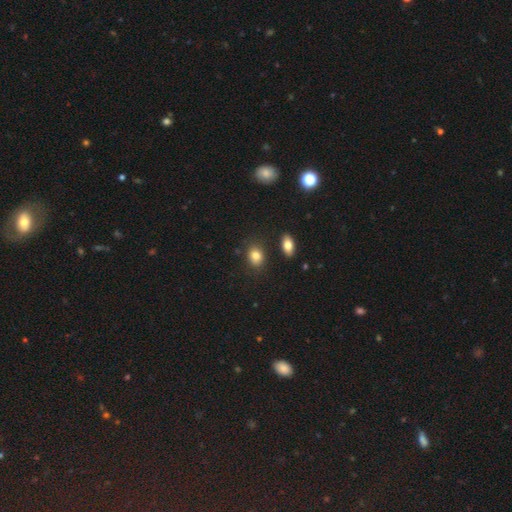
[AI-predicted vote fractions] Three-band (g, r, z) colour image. It shows a smooth galaxy with no disk features (82%) that is in between round and cigar-shaped (68%). Merging: none (79%).